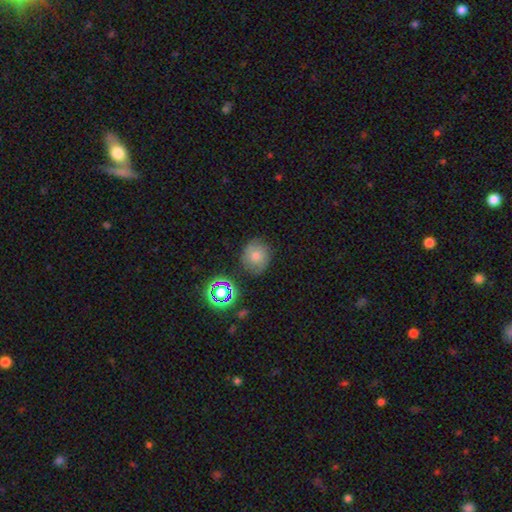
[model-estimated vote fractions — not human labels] Smooth or featured? Predicted: smooth (p=0.64). How rounded? Predicted: round (p=0.78). Merging? Predicted: none (p=0.76).